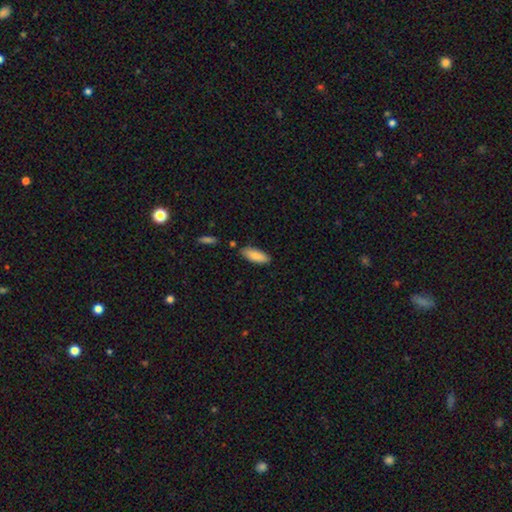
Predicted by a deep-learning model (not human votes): Q: Smooth or featured?
A: smooth (85%); runner-up: featured or disk (9%)
Q: How rounded?
A: in between (71%); runner-up: cigar-shaped (28%)
Q: Merging?
A: none (81%); runner-up: minor disturbance (13%)